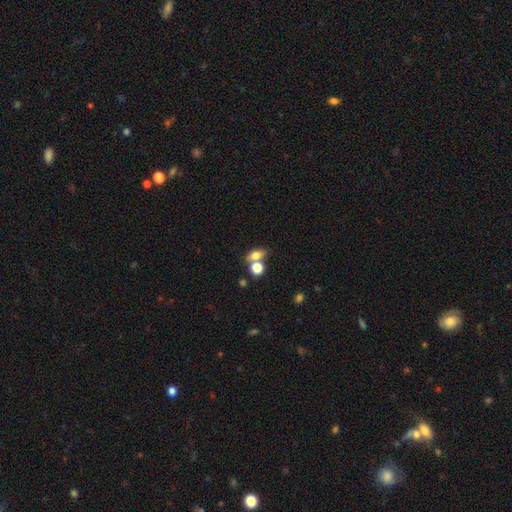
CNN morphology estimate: smooth-or-featured: smooth: 71% | featured or disk: 16% | star or artifact: 13%
  how-rounded: in between: 67% | round: 27% | cigar-shaped: 5%
  merging: none: 48% | merger: 37% | minor disturbance: 11% | major disturbance: 5%